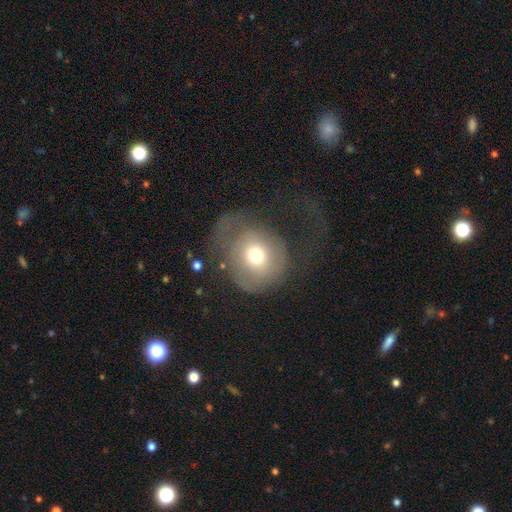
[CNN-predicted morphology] smooth_or_featured: smooth (p=0.62) [alt: featured or disk p=0.28]
how_rounded: round (p=0.83) [alt: in between p=0.16]
merging: major disturbance (p=0.44) [alt: none p=0.34]